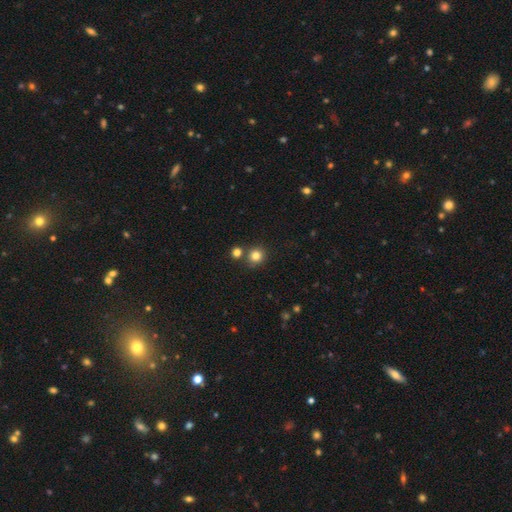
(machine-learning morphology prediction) Q: Smooth or featured?
A: smooth (81%); runner-up: star or artifact (13%)
Q: How rounded?
A: round (91%); runner-up: in between (8%)
Q: Merging?
A: none (76%); runner-up: merger (14%)